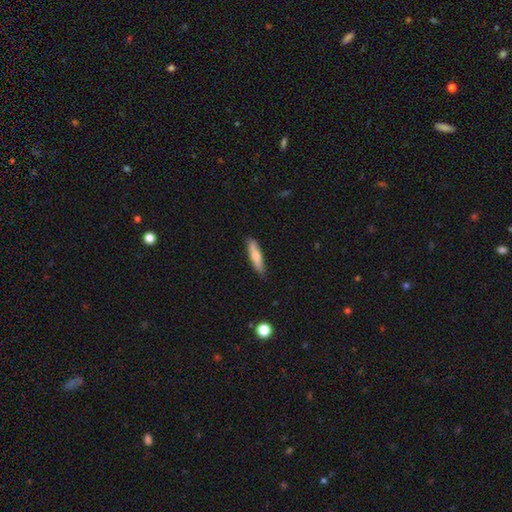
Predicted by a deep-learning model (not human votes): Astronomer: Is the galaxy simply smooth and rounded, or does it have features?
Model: smooth — 73%.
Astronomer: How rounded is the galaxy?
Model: cigar-shaped — 79%.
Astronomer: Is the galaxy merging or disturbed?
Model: none — 85%.